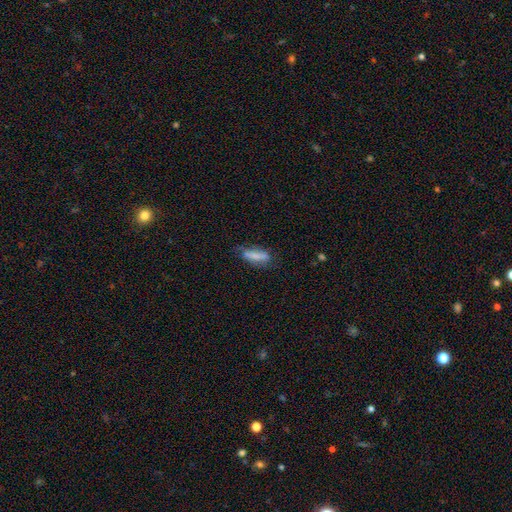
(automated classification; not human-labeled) A smooth galaxy with no disk features (66%) that is in between round and cigar-shaped (60%).

Vote fractions:
- Smooth or featured? smooth: 66% / featured or disk: 26% / star or artifact: 8%
- How rounded? in between: 60% / cigar-shaped: 38% / round: 3%
- Merging? none: 53% / minor disturbance: 30% / major disturbance: 13% / merger: 4%